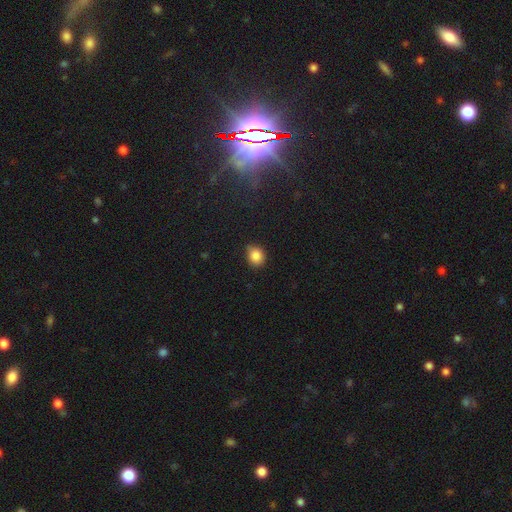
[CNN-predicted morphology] smooth 85%, star or artifact 10%, featured or disk 5%. Down the decision tree: how rounded — round (73%); merging — none (75%).